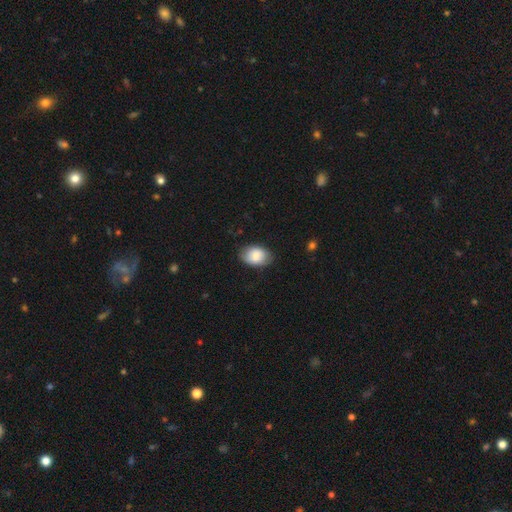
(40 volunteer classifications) A smooth galaxy with no disk features (82%) that is in between round and cigar-shaped (79%). Merging: none (89%).